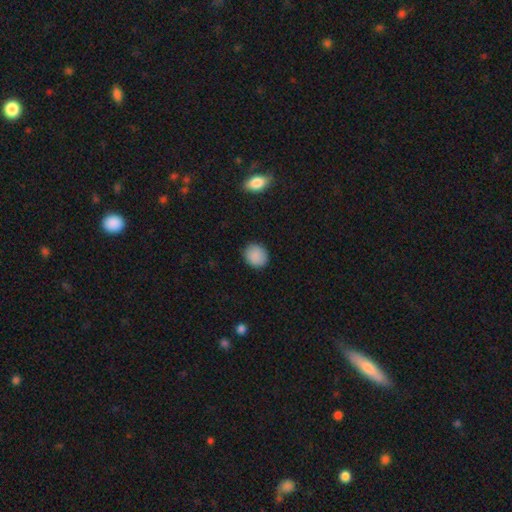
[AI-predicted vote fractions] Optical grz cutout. It shows a smooth galaxy with no disk features (89%) that is round (76%). Merging: none (88%).